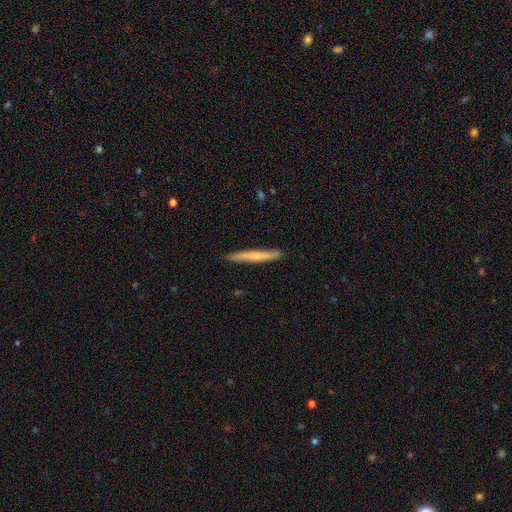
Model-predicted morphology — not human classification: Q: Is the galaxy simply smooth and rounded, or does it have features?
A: smooth — 50%.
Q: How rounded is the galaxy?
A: cigar-shaped — 96%.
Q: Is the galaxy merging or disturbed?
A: none — 89%.